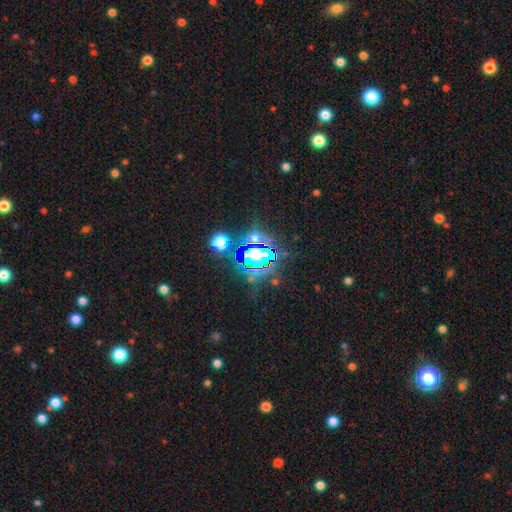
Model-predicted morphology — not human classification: Smooth or featured? star or artifact (74%)